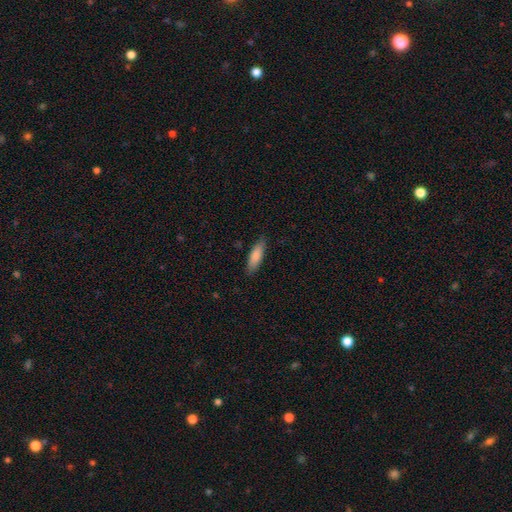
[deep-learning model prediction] A smooth galaxy with no disk features (83%) that is cigar-shaped (56%).

Vote fractions:
- Smooth or featured? smooth: 83% / featured or disk: 11% / star or artifact: 6%
- How rounded? cigar-shaped: 56% / in between: 43% / round: 2%
- Merging? none: 86% / minor disturbance: 11% / major disturbance: 2% / merger: 1%